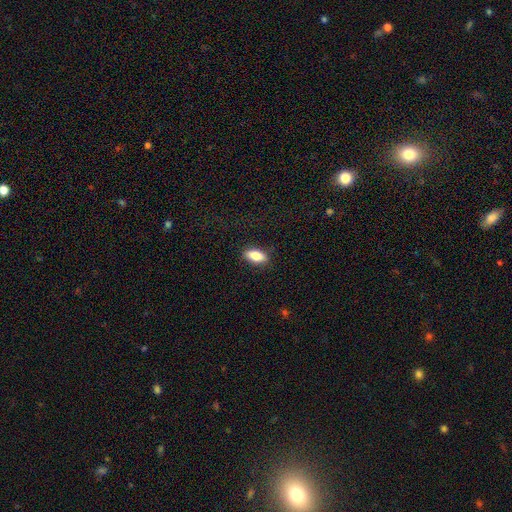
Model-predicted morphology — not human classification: Overall: smooth (81%). How rounded: in between (85%). Merging: none (87%).